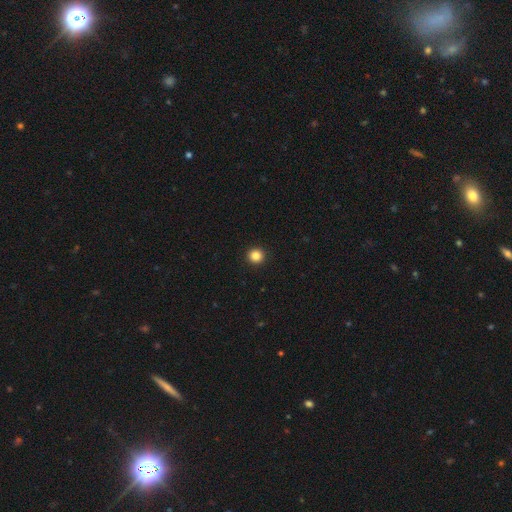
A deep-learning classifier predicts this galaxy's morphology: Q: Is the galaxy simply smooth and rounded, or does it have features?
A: smooth — 85%.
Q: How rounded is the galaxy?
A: round — 95%.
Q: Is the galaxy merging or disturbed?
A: none — 94%.